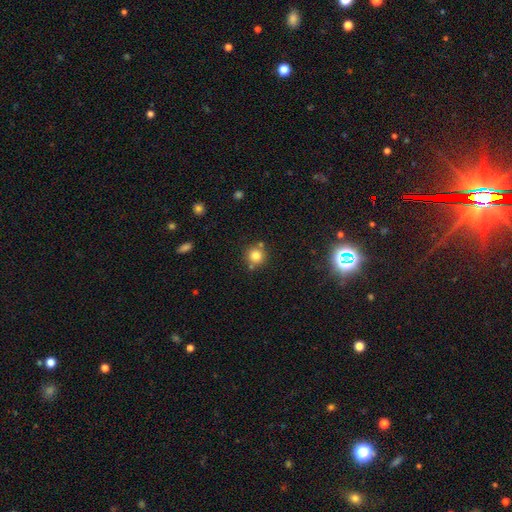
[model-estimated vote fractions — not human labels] A smooth galaxy with no disk features (79%) that is round (93%). Merging: none (76%).